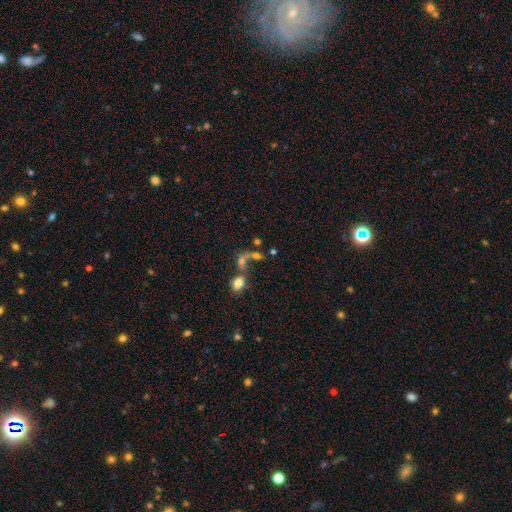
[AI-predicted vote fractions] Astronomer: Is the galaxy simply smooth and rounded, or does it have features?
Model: star or artifact — 45% (runner-up: smooth, 37%).